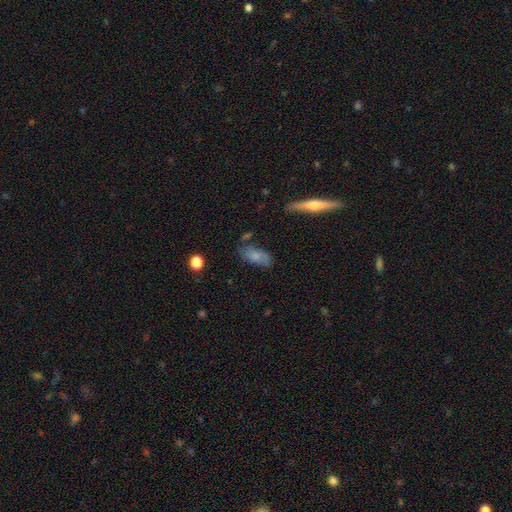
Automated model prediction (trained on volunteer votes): Q: Smooth or featured?
A: smooth (67%); runner-up: featured or disk (25%)
Q: How rounded?
A: in between (85%); runner-up: cigar-shaped (11%)
Q: Merging?
A: none (60%); runner-up: minor disturbance (25%)